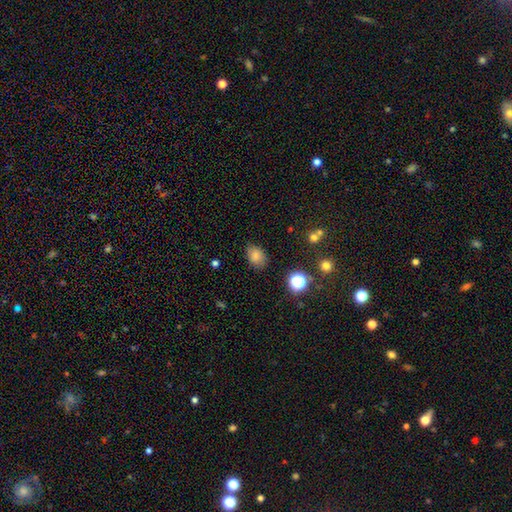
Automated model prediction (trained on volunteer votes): Overall: smooth (81%). How rounded: in between (72%). Merging: none (76%).